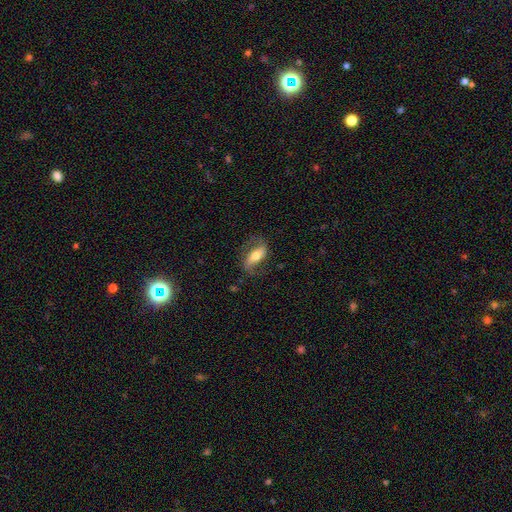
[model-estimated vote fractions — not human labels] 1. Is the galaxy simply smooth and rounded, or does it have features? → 64% featured or disk, 30% smooth, 6% star or artifact.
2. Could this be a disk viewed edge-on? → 84% no, 16% yes.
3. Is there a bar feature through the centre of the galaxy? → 45% strong, 29% no, 26% weak.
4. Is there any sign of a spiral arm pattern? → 85% yes, 15% no.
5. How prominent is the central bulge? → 62% moderate, 23% small, 12% large, 2% dominant, 2% none.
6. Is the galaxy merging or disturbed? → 72% none, 17% minor disturbance, 9% major disturbance, 1% merger.